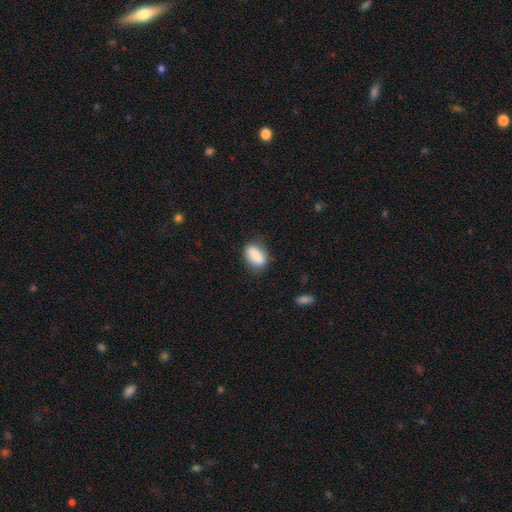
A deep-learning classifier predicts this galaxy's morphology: This appears to be a smooth galaxy with no disk features (80%) that is in between round and cigar-shaped (80%). Merging: none (77%).